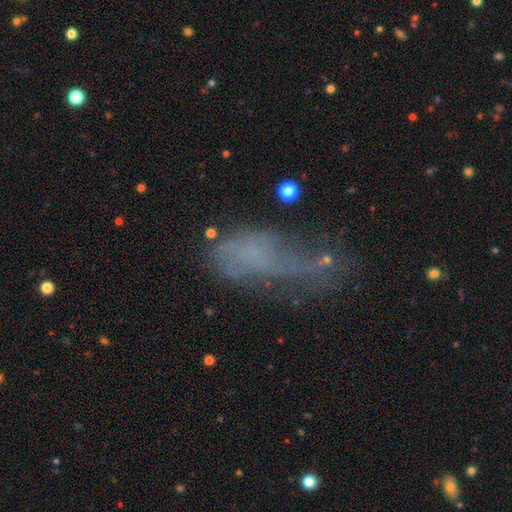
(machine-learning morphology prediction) Smooth or featured: featured or disk — 41% (smooth — 40%)
Merging: major disturbance — 41% (none — 27%)